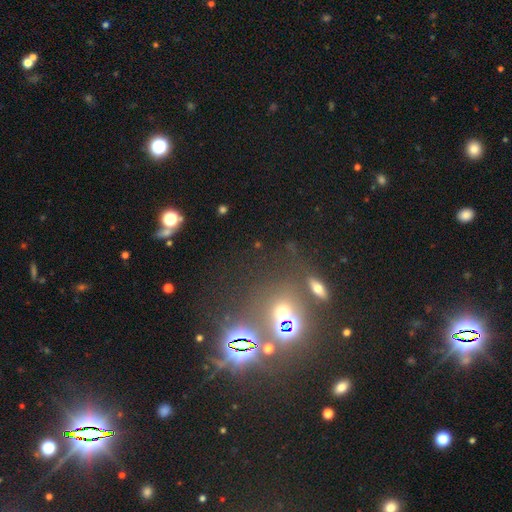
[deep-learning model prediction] A star or artifact, not a galaxy (73%).

Vote fractions:
- Smooth or featured? star or artifact: 73% / smooth: 17% / featured or disk: 10%